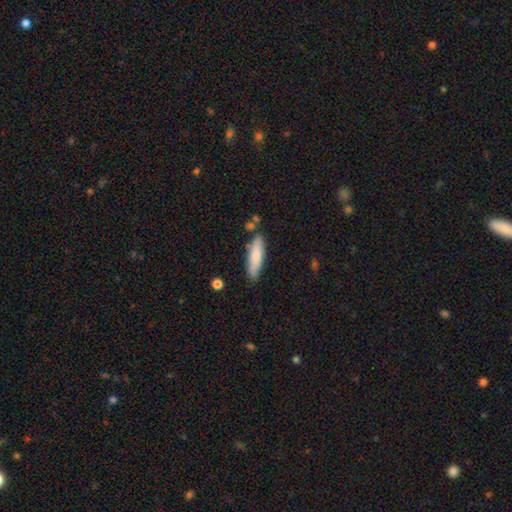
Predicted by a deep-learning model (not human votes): Smooth or featured? Predicted: smooth (p=0.76). How rounded? Predicted: cigar-shaped (p=0.62). Merging? Predicted: none (p=0.79).